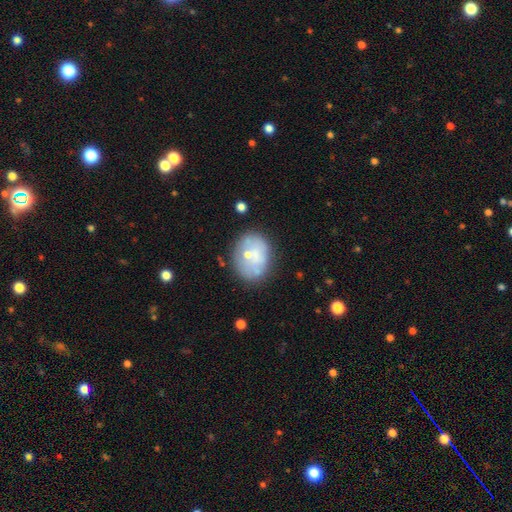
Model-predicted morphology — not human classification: Q: Smooth or featured?
A: smooth (55%); runner-up: featured or disk (36%)
Q: How rounded?
A: in between (52%); runner-up: round (47%)
Q: Merging?
A: none (61%); runner-up: minor disturbance (21%)